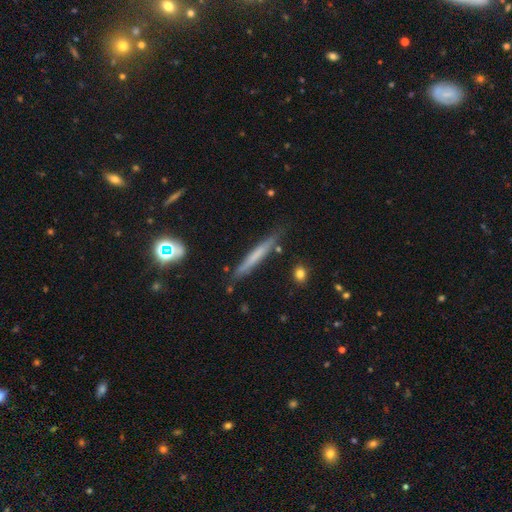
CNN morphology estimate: smooth-or-featured: smooth: 54% | featured or disk: 39% | star or artifact: 8%
  how-rounded: cigar-shaped: 95% | in between: 3% | round: 2%
  merging: none: 82% | minor disturbance: 13% | merger: 3% | major disturbance: 2%